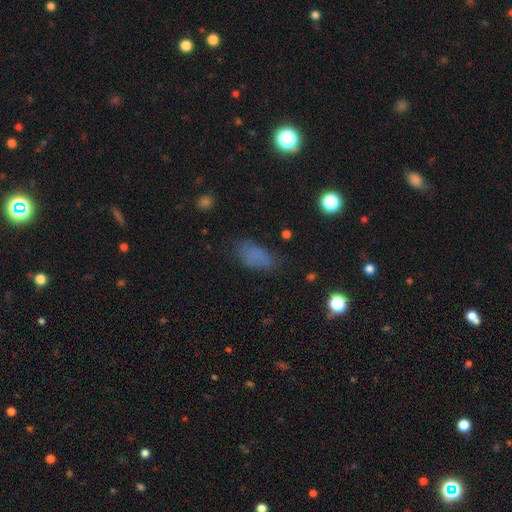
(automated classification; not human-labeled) Smooth or featured?
  - smooth: 75% *
  - star or artifact: 15%
  - featured or disk: 10%
How rounded?
  - in between: 91% *
  - round: 5%
  - cigar-shaped: 4%
Merging?
  - none: 69% *
  - minor disturbance: 21%
  - major disturbance: 8%
  - merger: 2%